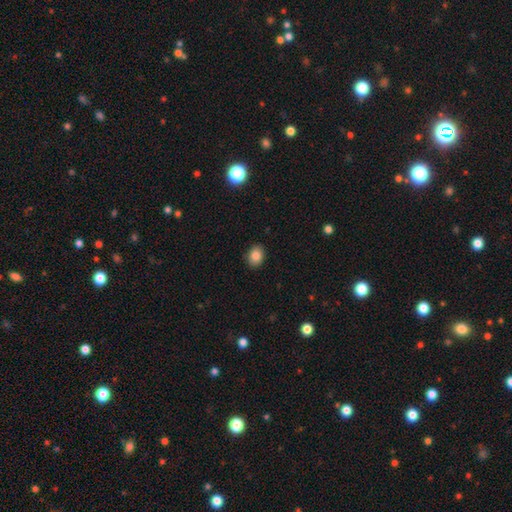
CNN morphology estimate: smooth_or_featured: smooth (p=0.84) [alt: star or artifact p=0.10]
how_rounded: in between (p=0.60) [alt: round p=0.39]
merging: none (p=0.89) [alt: minor disturbance p=0.08]